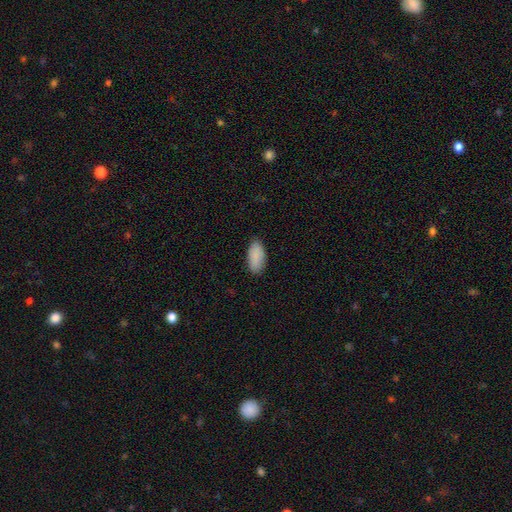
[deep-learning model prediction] smooth 90%, star or artifact 6%, featured or disk 4%. Down the decision tree: how rounded — in between (93%); merging — none (84%).